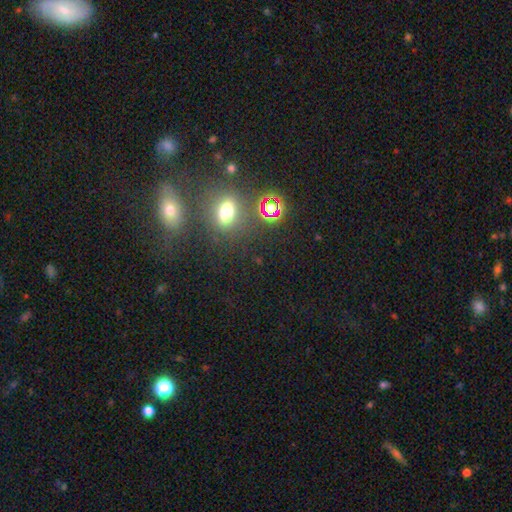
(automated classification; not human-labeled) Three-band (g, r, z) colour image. It shows a smooth galaxy with no disk features (53%) that is round (57%). Merging: none (65%).